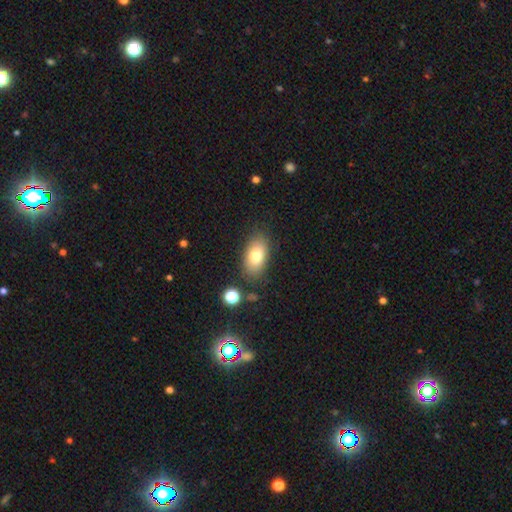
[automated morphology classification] smooth_or_featured: smooth (p=0.77) [alt: featured or disk p=0.14]
how_rounded: in between (p=0.90) [alt: round p=0.08]
merging: none (p=0.81) [alt: minor disturbance p=0.12]